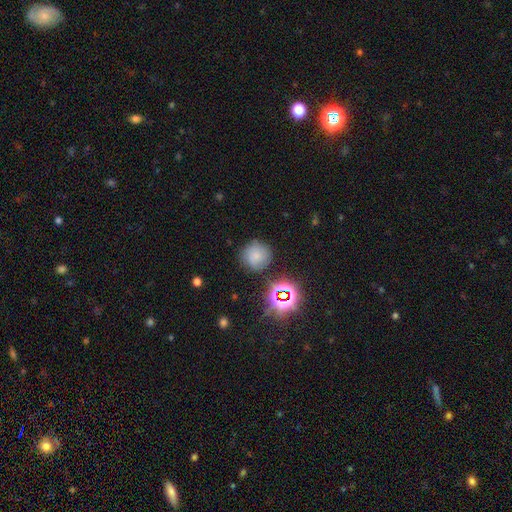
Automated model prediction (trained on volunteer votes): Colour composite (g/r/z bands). It shows a smooth galaxy with no disk features (68%) that is round (92%). Merging: none (80%).